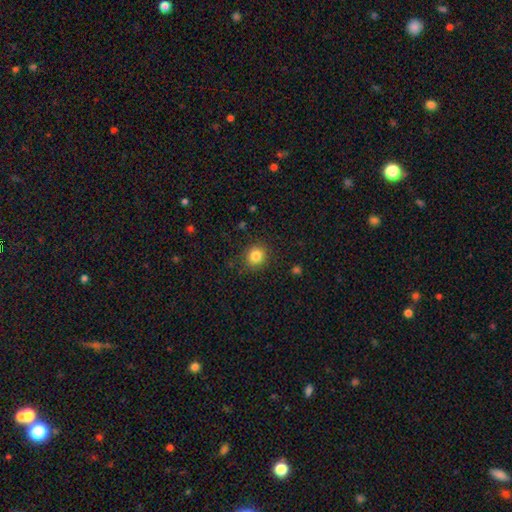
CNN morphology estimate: The model was most divided on "smooth or featured": smooth: 84%, star or artifact: 11%, featured or disk: 5%. More confident: merging — none (87%); how rounded — round (87%).